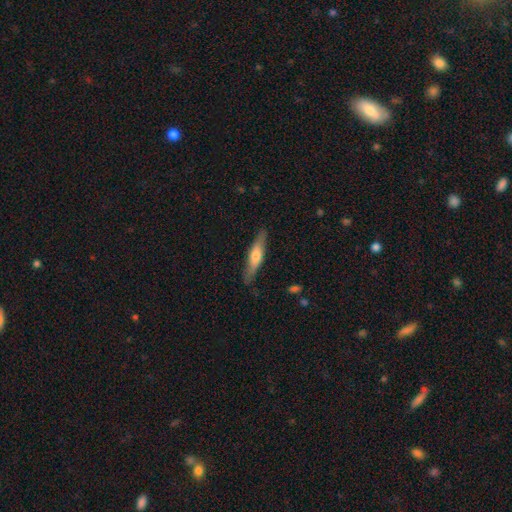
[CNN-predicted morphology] smooth_or_featured: featured or disk (p=0.47) [tied with: smooth p=0.47]
merging: none (p=0.85) [alt: minor disturbance p=0.12]